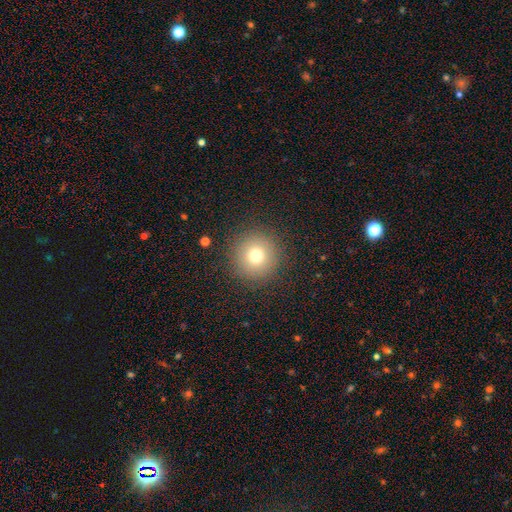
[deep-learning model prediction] The model was most divided on "smooth or featured": smooth: 74%, star or artifact: 15%, featured or disk: 11%. More confident: how rounded — round (96%); merging — none (90%).